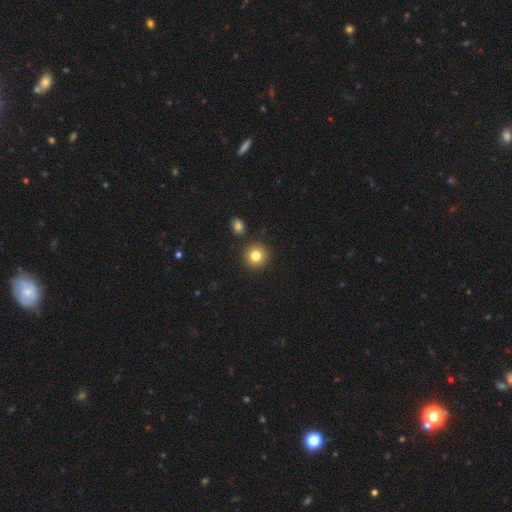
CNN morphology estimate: Smooth or featured? Predicted: smooth (p=0.82). How rounded? Predicted: round (p=0.93). Merging? Predicted: none (p=0.88).